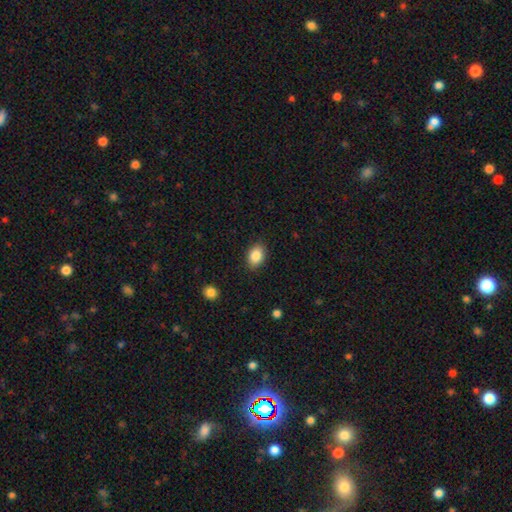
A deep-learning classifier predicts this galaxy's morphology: Smooth or featured? smooth (86%)
How rounded? in between (75%)
Merging? none (87%)